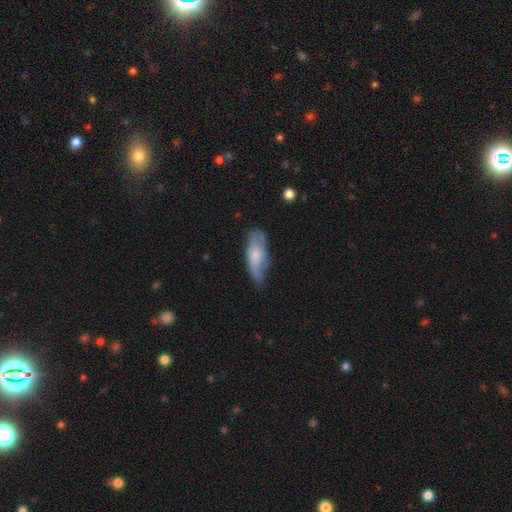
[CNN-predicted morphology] smooth-or-featured: smooth: 58% | featured or disk: 36% | star or artifact: 6%
  how-rounded: in between: 70% | cigar-shaped: 28% | round: 2%
  merging: none: 63% | minor disturbance: 28% | major disturbance: 7% | merger: 2%